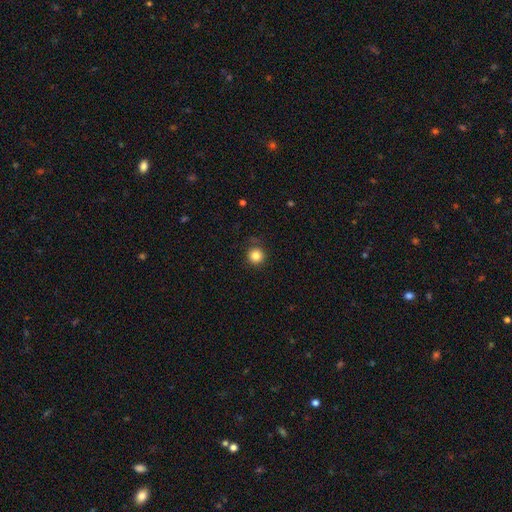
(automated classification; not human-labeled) Overall: smooth (84%). How rounded: round (95%). Merging: none (87%).